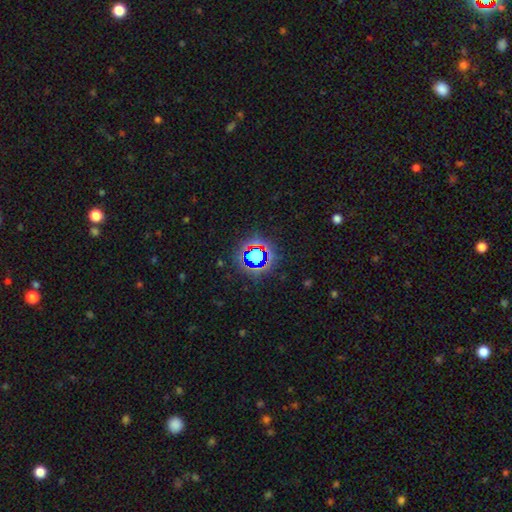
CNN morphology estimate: A star or artifact, not a galaxy (69%).